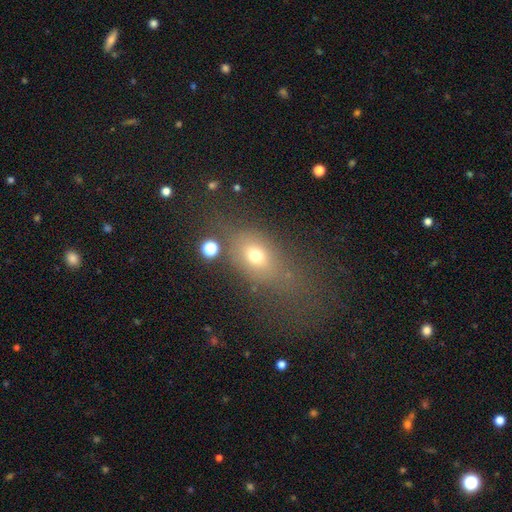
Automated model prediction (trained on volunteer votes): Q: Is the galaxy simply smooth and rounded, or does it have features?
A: smooth — 67%.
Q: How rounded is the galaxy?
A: in between — 67%.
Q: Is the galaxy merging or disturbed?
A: none — 54%.